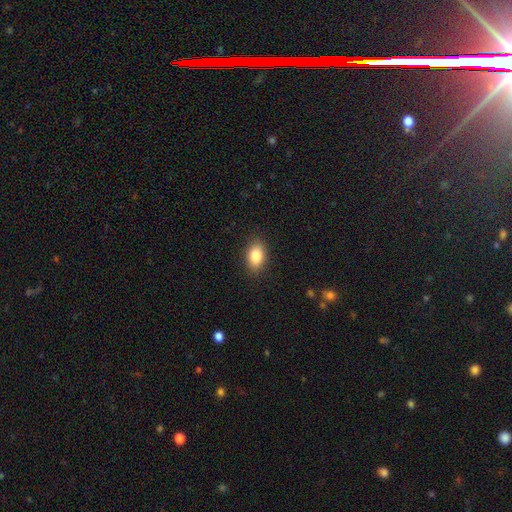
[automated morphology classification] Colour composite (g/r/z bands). It shows a smooth galaxy with no disk features (85%) that is in between round and cigar-shaped (87%). Merging: none (88%).